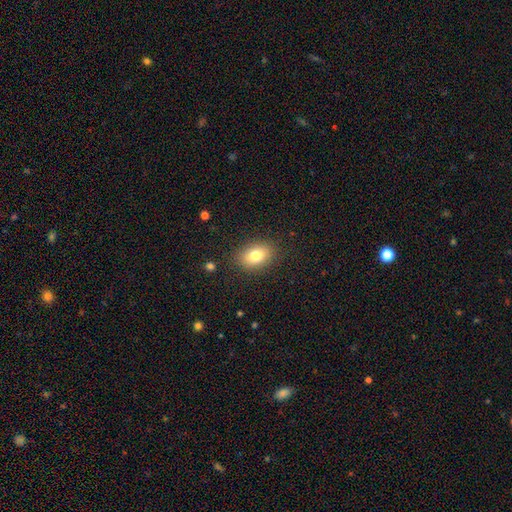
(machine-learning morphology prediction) A smooth galaxy with no disk features (78%) that is in between round and cigar-shaped (81%). Merging: none (86%).